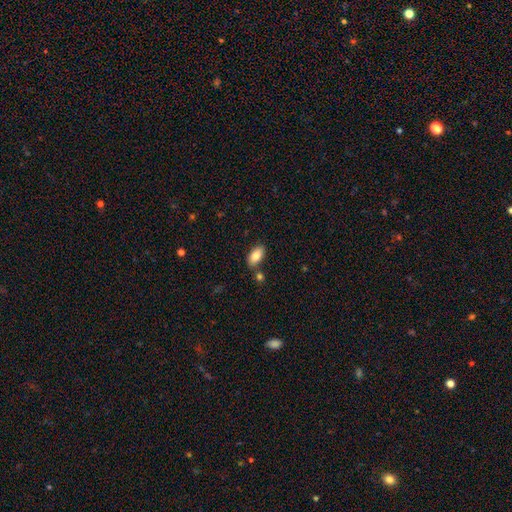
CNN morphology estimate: A smooth galaxy with no disk features (84%) that is in between round and cigar-shaped (93%).

Vote fractions:
- Smooth or featured? smooth: 84% / featured or disk: 9% / star or artifact: 7%
- How rounded? in between: 93% / cigar-shaped: 4% / round: 3%
- Merging? none: 77% / minor disturbance: 12% / merger: 8% / major disturbance: 3%